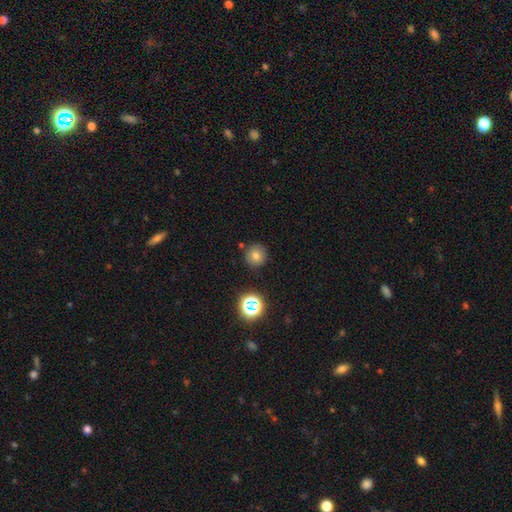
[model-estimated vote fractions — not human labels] smooth-or-featured: smooth: 75% | star or artifact: 17% | featured or disk: 8%
  how-rounded: round: 93% | in between: 6% | cigar-shaped: 1%
  merging: none: 86% | minor disturbance: 8% | merger: 4% | major disturbance: 2%